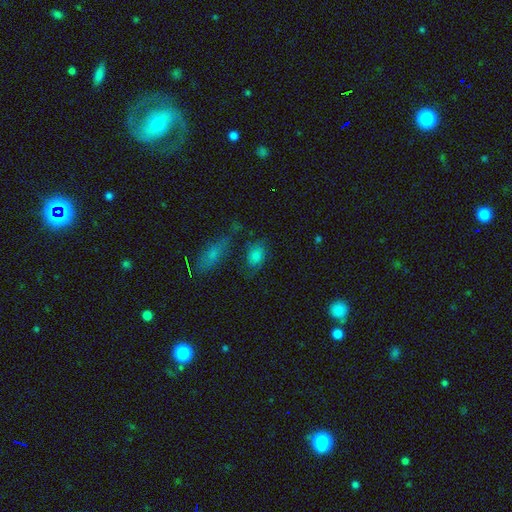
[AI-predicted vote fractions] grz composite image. It shows a smooth galaxy with no disk features (75%) that is in between round and cigar-shaped (74%). Merging: none (63%).